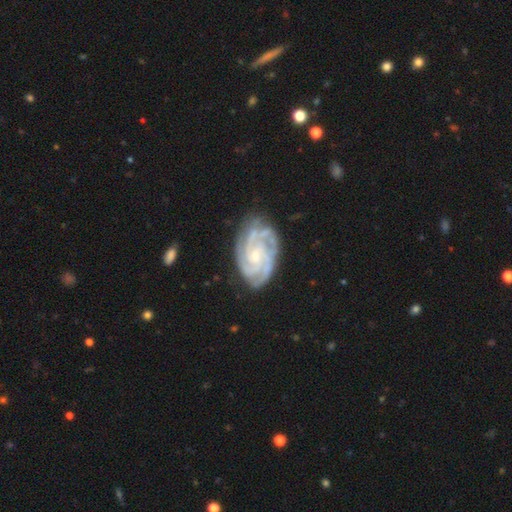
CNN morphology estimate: Overall: featured or disk (89%). Edge-on disk: no (97%). Bar: no (68%). Spiral arms: yes (98%). Spiral arm count: 4 (30%; 3 28%). Spiral winding: tight (72%). Bulge size: small (65%; moderate 28%). Merging: none (75%).